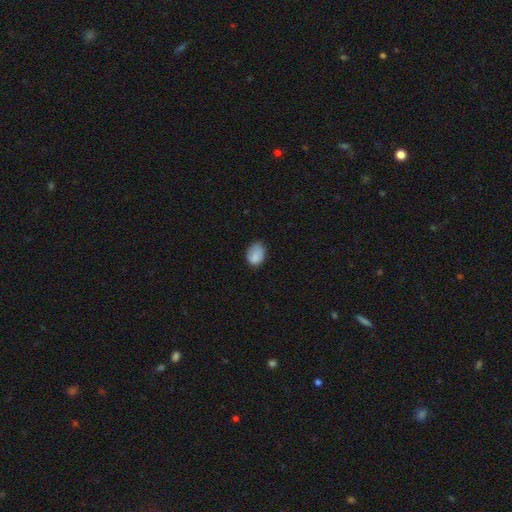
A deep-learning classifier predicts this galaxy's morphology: Smooth or featured?
  - smooth: 83% *
  - featured or disk: 9%
  - star or artifact: 8%
How rounded?
  - in between: 62% *
  - round: 37%
  - cigar-shaped: 1%
Merging?
  - none: 64% *
  - minor disturbance: 28%
  - major disturbance: 6%
  - merger: 2%